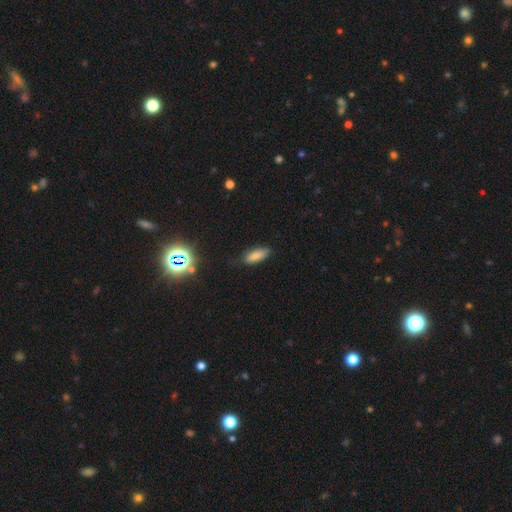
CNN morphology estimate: A smooth galaxy with no disk features (82%) that is in between round and cigar-shaped (71%). Merging: none (75%).